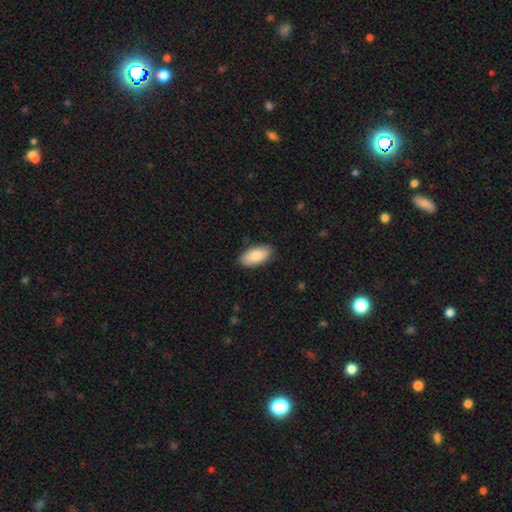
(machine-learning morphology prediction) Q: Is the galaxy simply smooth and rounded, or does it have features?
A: smooth — 86%.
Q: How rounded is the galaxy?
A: in between — 93%.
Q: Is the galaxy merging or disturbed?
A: none — 86%.